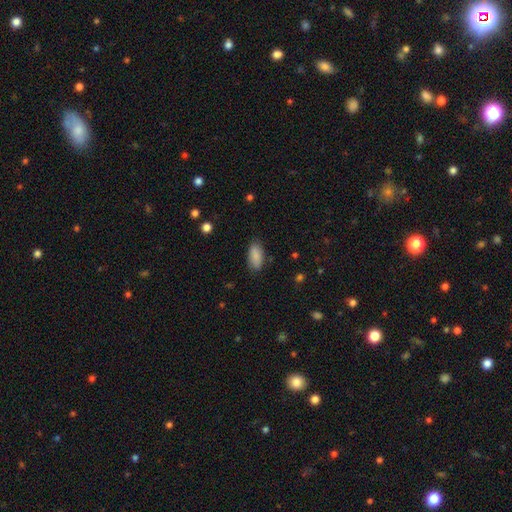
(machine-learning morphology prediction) Q: Smooth or featured?
A: smooth (88%); runner-up: star or artifact (7%)
Q: How rounded?
A: in between (90%); runner-up: cigar-shaped (8%)
Q: Merging?
A: none (84%); runner-up: minor disturbance (12%)